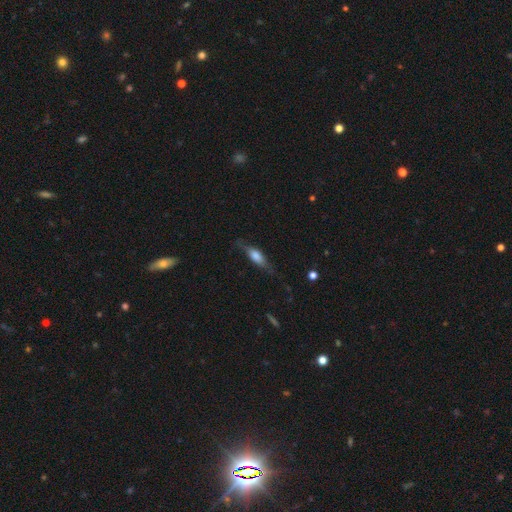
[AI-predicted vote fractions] The model was most divided on "smooth or featured": smooth: 47%, featured or disk: 46%, star or artifact: 7%. More confident: merging — none (68%).